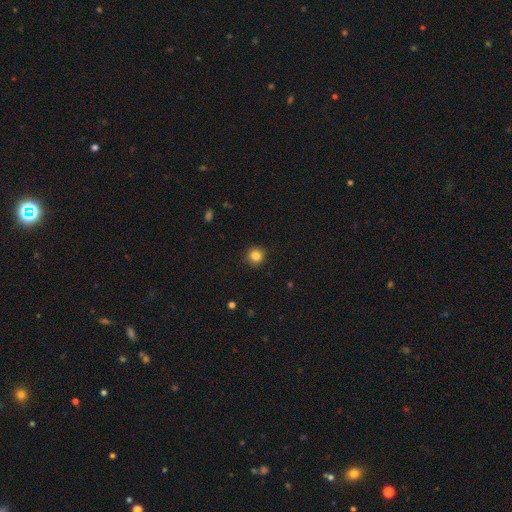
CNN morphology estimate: A smooth galaxy with no disk features (84%) that is round (93%).

Vote fractions:
- Smooth or featured? smooth: 84% / star or artifact: 11% / featured or disk: 4%
- How rounded? round: 93% / in between: 6% / cigar-shaped: 1%
- Merging? none: 89% / minor disturbance: 8% / major disturbance: 2% / merger: 1%